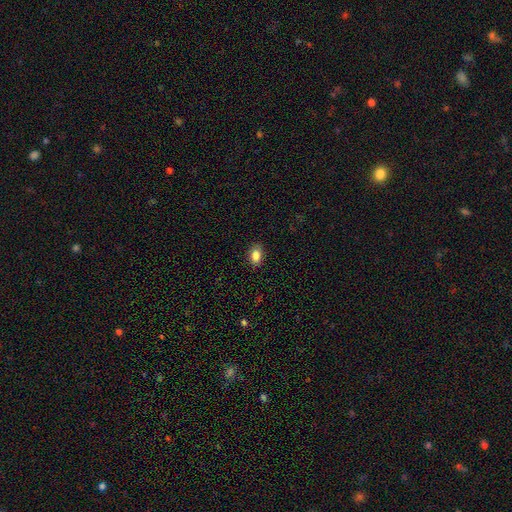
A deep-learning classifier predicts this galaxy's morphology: Smooth or featured: smooth — 85% (star or artifact — 9%)
How rounded: in between — 84% (round — 14%)
Merging: none — 87% (minor disturbance — 10%)